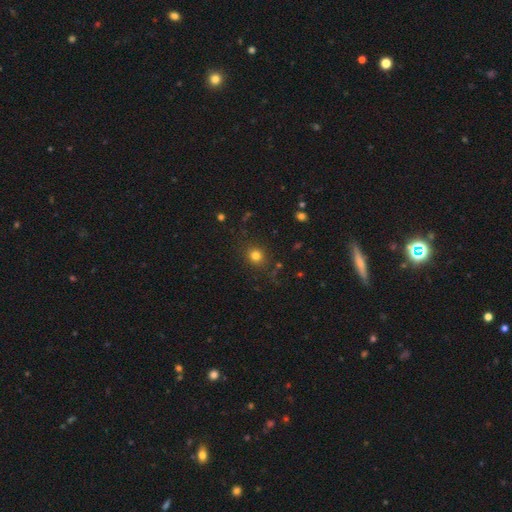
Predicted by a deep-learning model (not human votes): Smooth or featured? smooth (78%)
How rounded? round (85%)
Merging? none (85%)